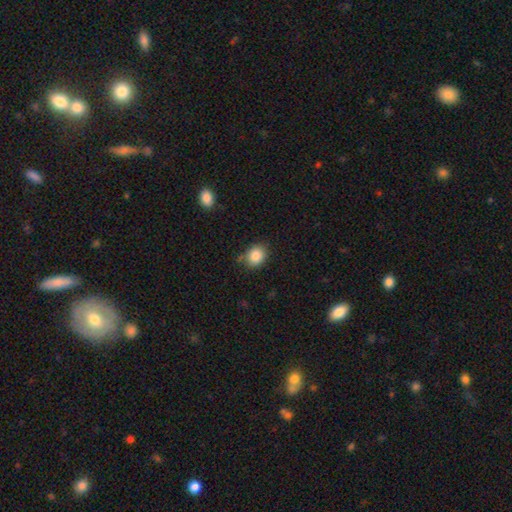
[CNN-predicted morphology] type=smooth (85%); roundness=round (59%); merging=none (74%).